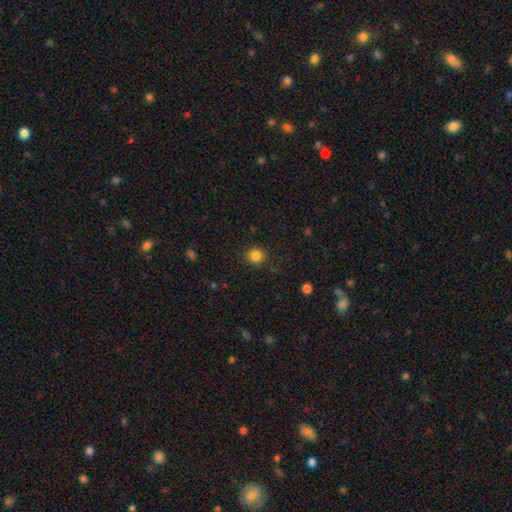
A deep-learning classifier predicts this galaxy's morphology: type=smooth (84%); roundness=round (92%); merging=none (87%).